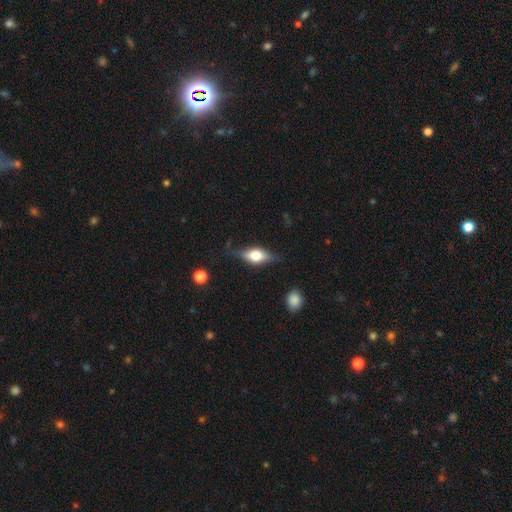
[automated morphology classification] Smooth or featured?
  - featured or disk: 49% *
  - smooth: 43%
  - star or artifact: 7%
Merging?
  - none: 73% *
  - minor disturbance: 19%
  - major disturbance: 6%
  - merger: 2%